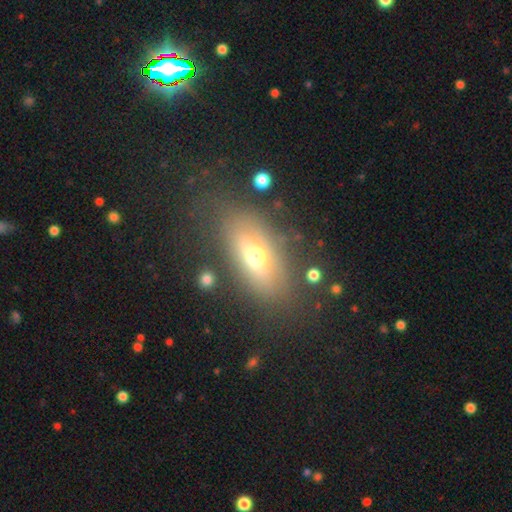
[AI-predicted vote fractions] This appears to be a smooth galaxy with no disk features (53%) that is in between round and cigar-shaped (77%). Merging: none (70%).